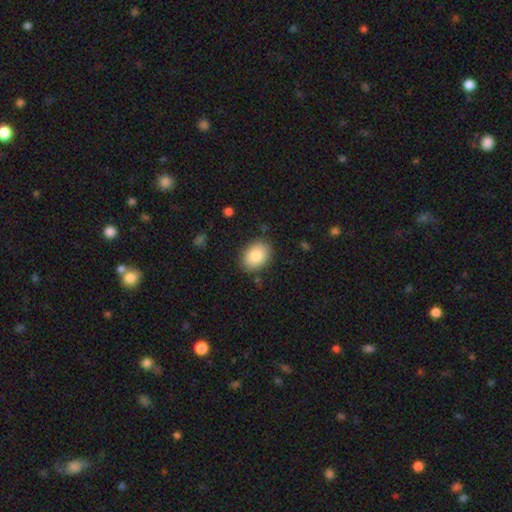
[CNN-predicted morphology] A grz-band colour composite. It shows a smooth galaxy with no disk features (84%) that is in between round and cigar-shaped (71%). Merging: none (85%).